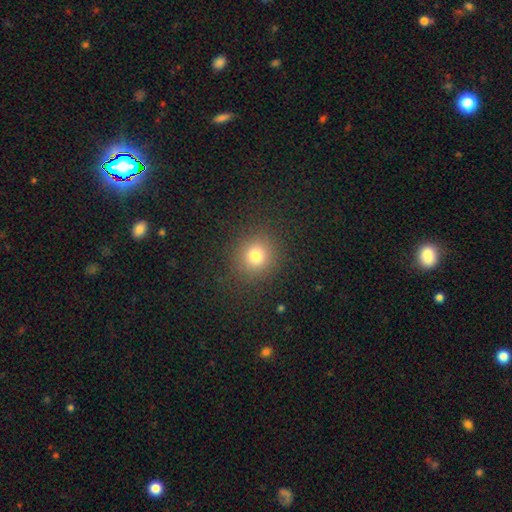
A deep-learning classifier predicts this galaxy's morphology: Overall: smooth (77%). How rounded: round (89%). Merging: none (88%).